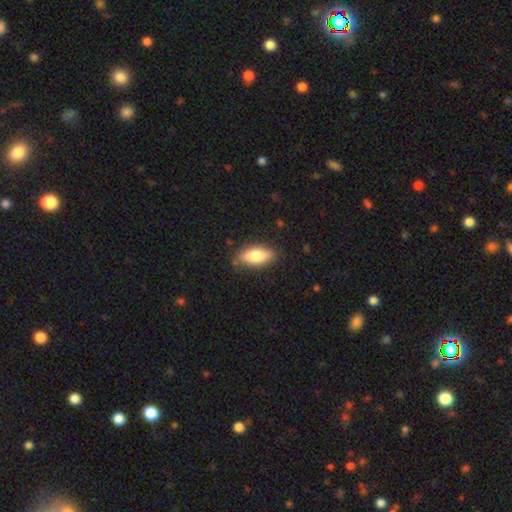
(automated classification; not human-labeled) smooth_or_featured: smooth (p=0.76) [alt: featured or disk p=0.17]
how_rounded: in between (p=0.82) [alt: cigar-shaped p=0.15]
merging: none (p=0.81) [alt: minor disturbance p=0.14]